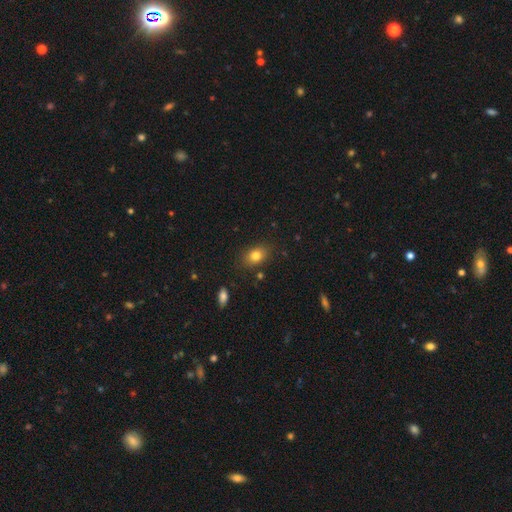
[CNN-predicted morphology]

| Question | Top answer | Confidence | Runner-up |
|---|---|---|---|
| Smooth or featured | smooth | 81% | star or artifact (10%) |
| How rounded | in between | 74% | round (24%) |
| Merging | none | 83% | minor disturbance (12%) |